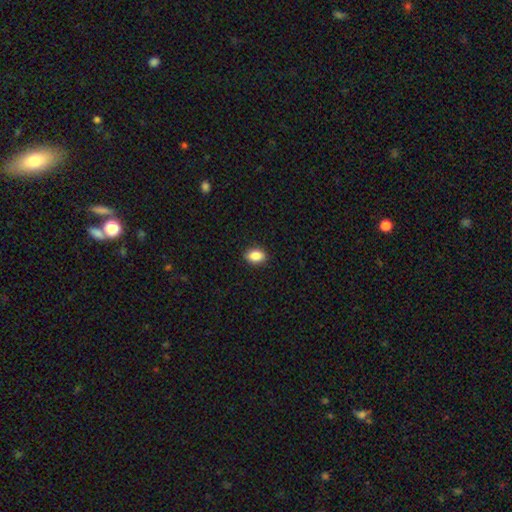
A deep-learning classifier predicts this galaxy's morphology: Smooth or featured? Predicted: smooth (p=0.88). How rounded? Predicted: in between (p=0.83). Merging? Predicted: none (p=0.90).